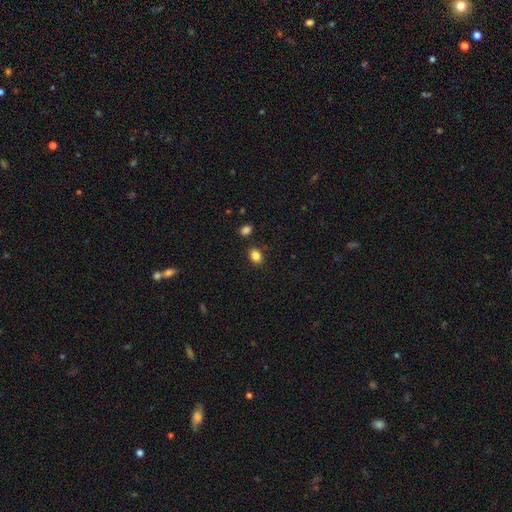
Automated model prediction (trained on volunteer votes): The model was most divided on "how rounded": in between: 66%, round: 33%, cigar-shaped: 1%. More confident: smooth or featured — smooth (85%); merging — none (84%).